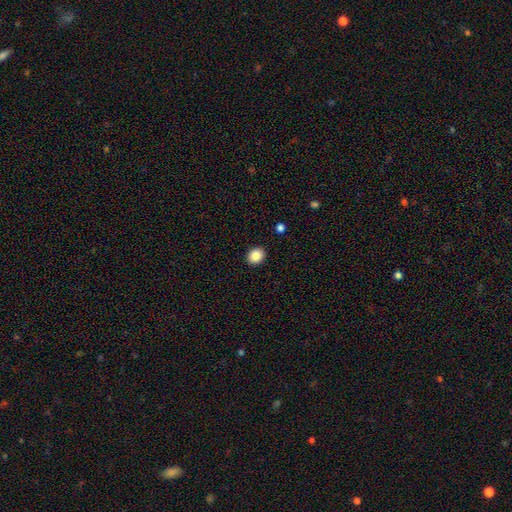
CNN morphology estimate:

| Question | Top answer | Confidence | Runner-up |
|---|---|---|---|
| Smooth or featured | smooth | 86% | star or artifact (9%) |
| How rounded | round | 61% | in between (38%) |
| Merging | none | 91% | minor disturbance (6%) |